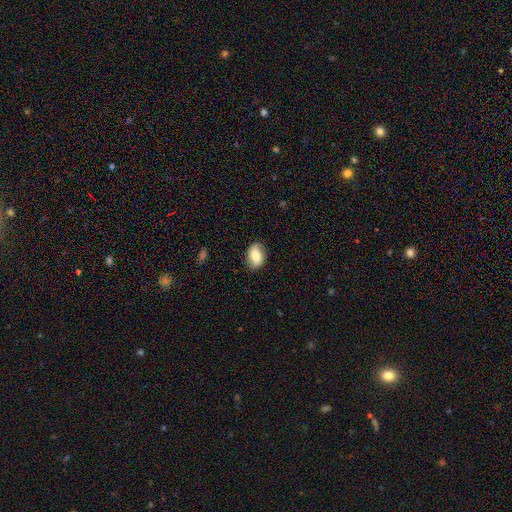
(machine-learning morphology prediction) This appears to be a smooth galaxy with no disk features (68%) that is in between round and cigar-shaped (86%). Merging: none (81%).